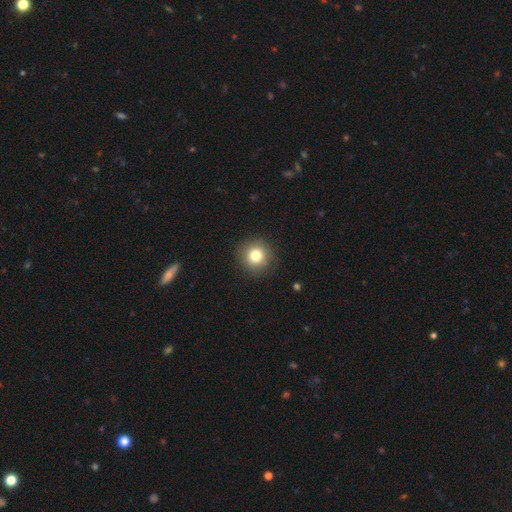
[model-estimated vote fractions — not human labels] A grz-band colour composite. It shows a smooth galaxy with no disk features (80%) that is round (94%). Merging: none (91%).